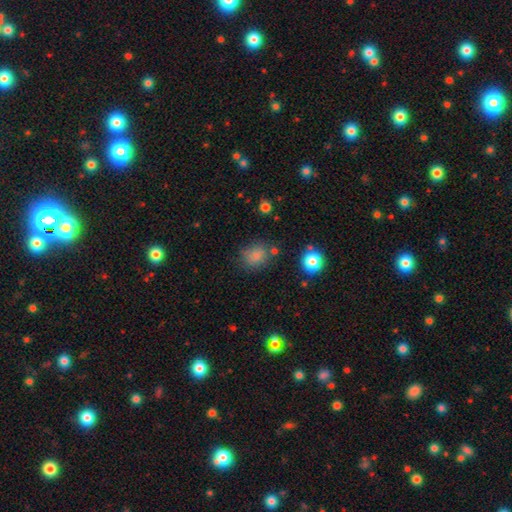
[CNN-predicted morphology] Smooth or featured? smooth (81%)
How rounded? round (63%)
Merging? none (71%)